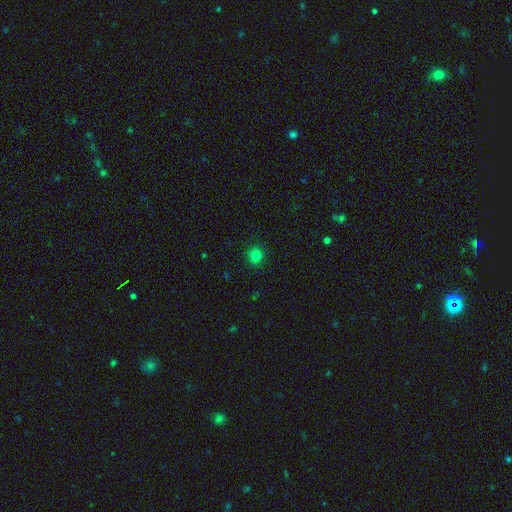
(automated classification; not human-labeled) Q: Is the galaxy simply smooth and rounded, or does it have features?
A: smooth — 82%.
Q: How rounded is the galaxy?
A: round — 89%.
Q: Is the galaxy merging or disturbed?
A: none — 90%.